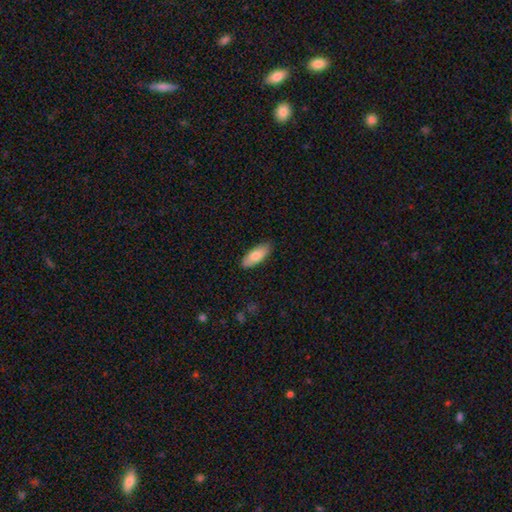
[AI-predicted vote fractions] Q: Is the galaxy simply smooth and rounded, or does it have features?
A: smooth — 79%.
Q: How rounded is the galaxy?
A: in between — 79%.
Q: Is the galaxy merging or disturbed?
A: none — 88%.